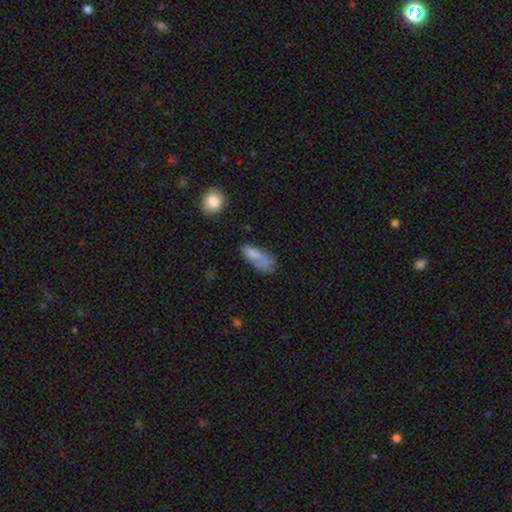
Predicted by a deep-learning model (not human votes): Morphology: type=smooth (74%); roundness=in between (74%); merging=none (39%).